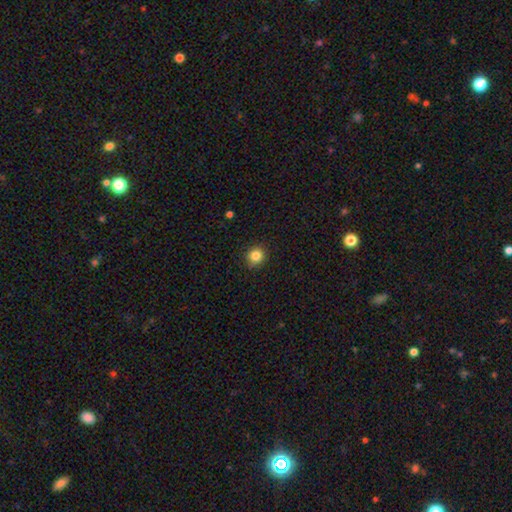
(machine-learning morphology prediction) smooth-or-featured: smooth: 84% | star or artifact: 11% | featured or disk: 5%
  how-rounded: round: 89% | in between: 10% | cigar-shaped: 1%
  merging: none: 88% | minor disturbance: 9% | major disturbance: 2% | merger: 1%